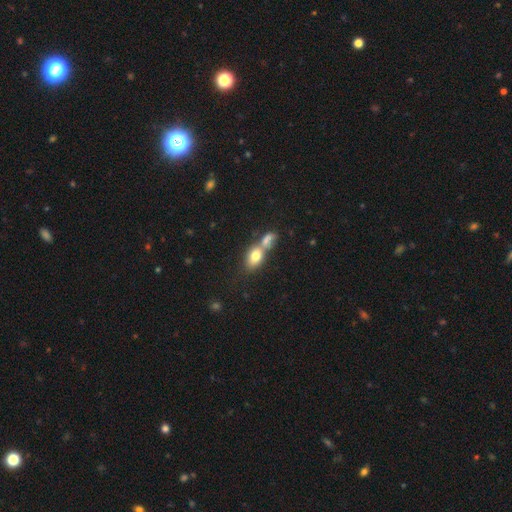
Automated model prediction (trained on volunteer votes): This appears to be a smooth galaxy with no disk features (76%) that is in between round and cigar-shaped (79%). Merging: merger (61%).